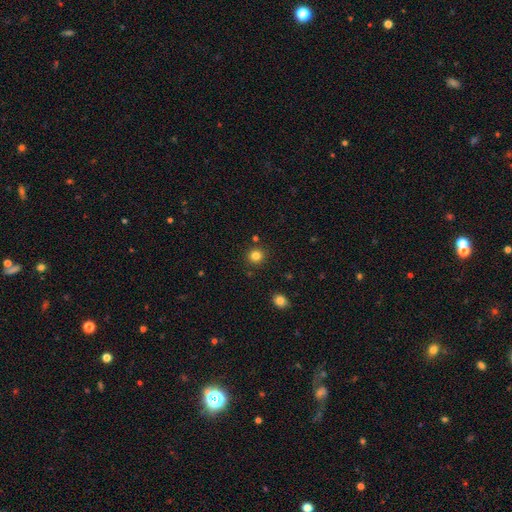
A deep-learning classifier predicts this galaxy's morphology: This is clearly a smooth galaxy (83%). How rounded: clearly round (92%). Merging: clearly none (88%).